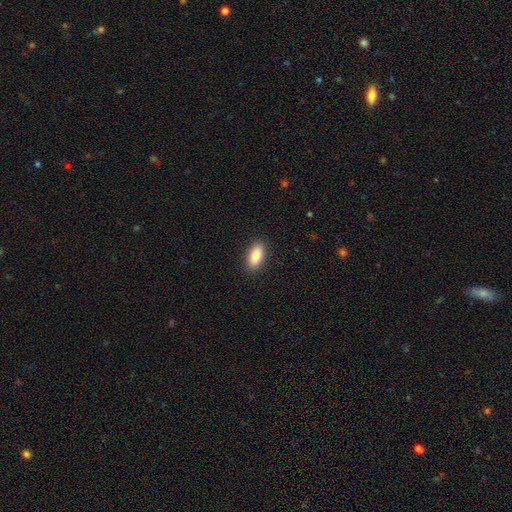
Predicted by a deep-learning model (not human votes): The model was most divided on "smooth or featured": smooth: 87%, star or artifact: 7%, featured or disk: 6%. More confident: merging — none (90%); how rounded — in between (89%).